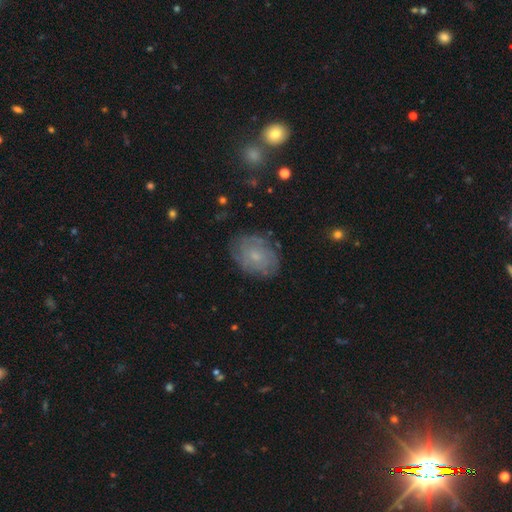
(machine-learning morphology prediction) Smooth or featured? Predicted: featured or disk (p=0.55). Edge-on disk? Predicted: no (p=0.96). Bar? Predicted: no (p=0.80). Spiral arms? Predicted: yes (p=0.75). Bulge size? Predicted: small (p=0.69). Merging? Predicted: none (p=0.77).